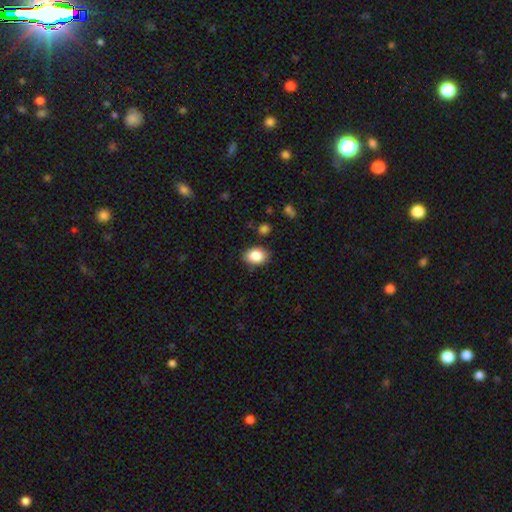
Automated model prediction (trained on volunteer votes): smooth 85%, star or artifact 8%, featured or disk 7%. Down the decision tree: how rounded — in between (75%); merging — none (84%).